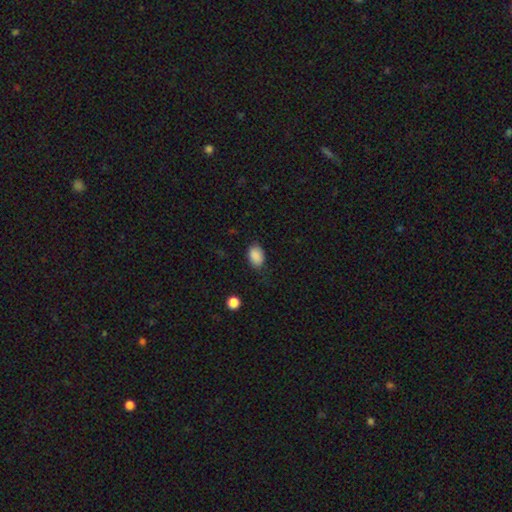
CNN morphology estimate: Smooth or featured? Predicted: smooth (p=0.88). How rounded? Predicted: in between (p=0.84). Merging? Predicted: none (p=0.76).